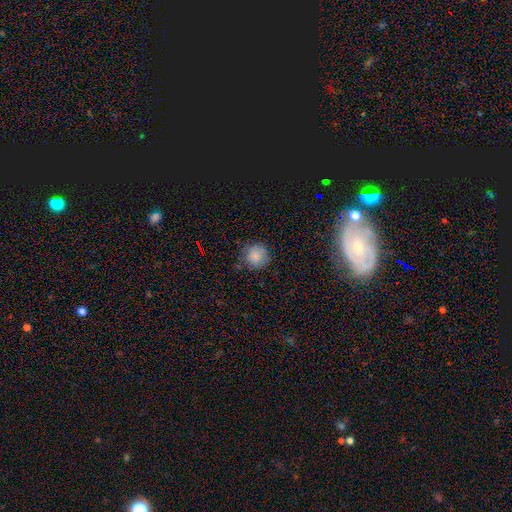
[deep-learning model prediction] Morphology: type=smooth (83%); roundness=round (91%); merging=none (78%).